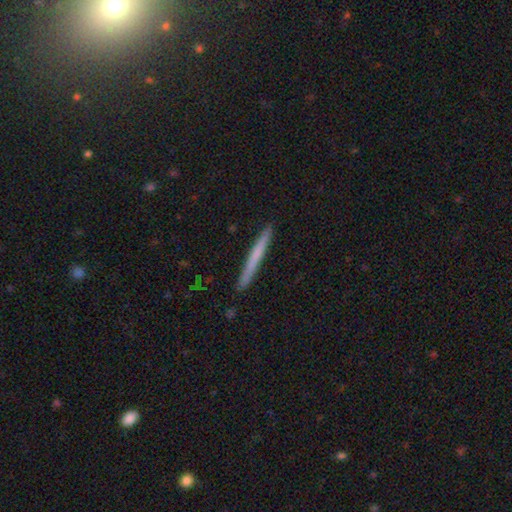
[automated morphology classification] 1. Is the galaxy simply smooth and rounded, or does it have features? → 58% smooth, 36% featured or disk, 5% star or artifact.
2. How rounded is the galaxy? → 97% cigar-shaped, 2% in between, 1% round.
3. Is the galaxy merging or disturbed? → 92% none, 6% minor disturbance, 1% major disturbance, 1% merger.